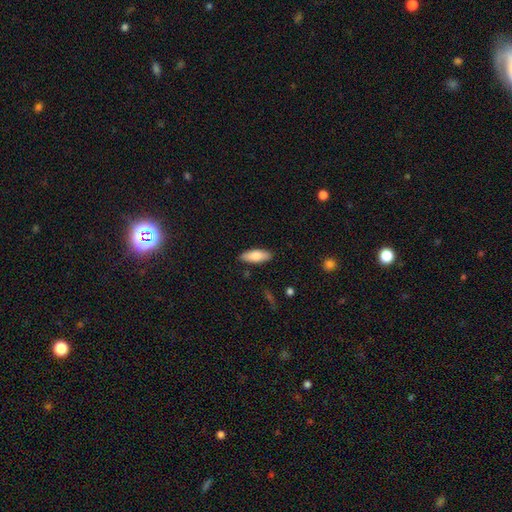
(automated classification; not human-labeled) This is clearly a smooth galaxy (81%). How rounded: likely in between (73%). Merging: clearly none (87%).